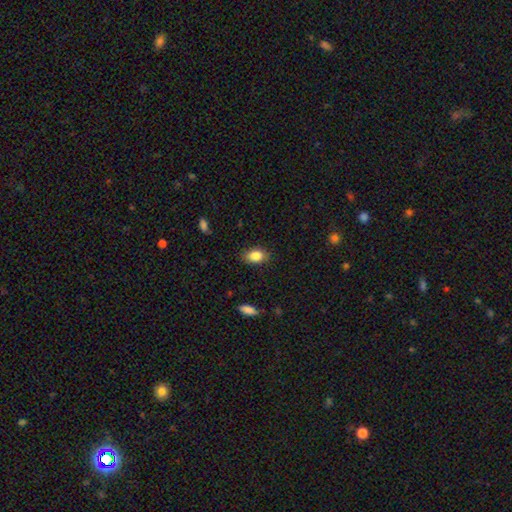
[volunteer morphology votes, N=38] This appears to be a smooth galaxy with no disk features (92%) that is in between round and cigar-shaped (83%). Merging: none (92%).